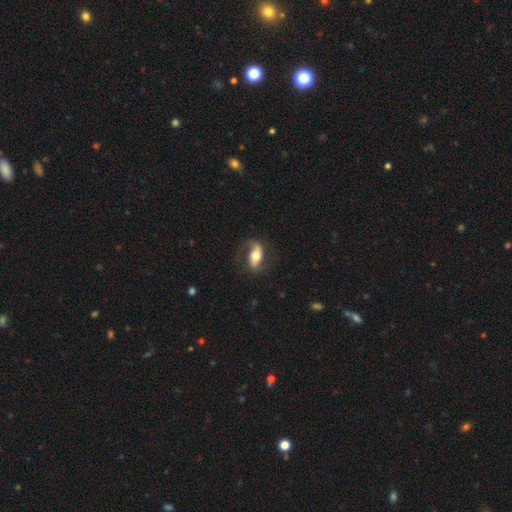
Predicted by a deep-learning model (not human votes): smooth_or_featured: featured or disk (p=0.54) [alt: smooth p=0.40]
disk_edge_on: no (p=0.82) [alt: yes p=0.18]
merging: none (p=0.66) [alt: minor disturbance p=0.20]